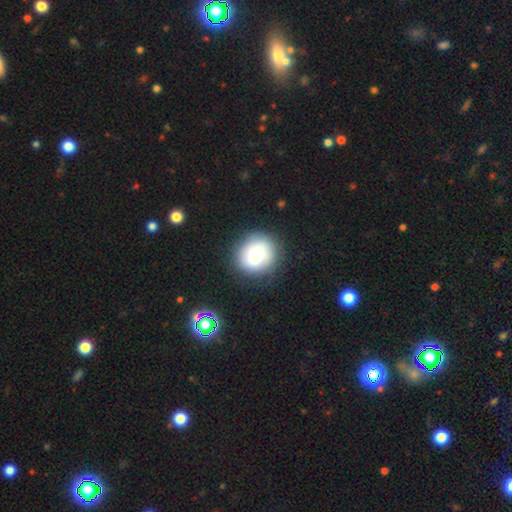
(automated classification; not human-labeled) This is likely a smooth galaxy (72%). How rounded: clearly round (83%). Merging: likely none (69%).